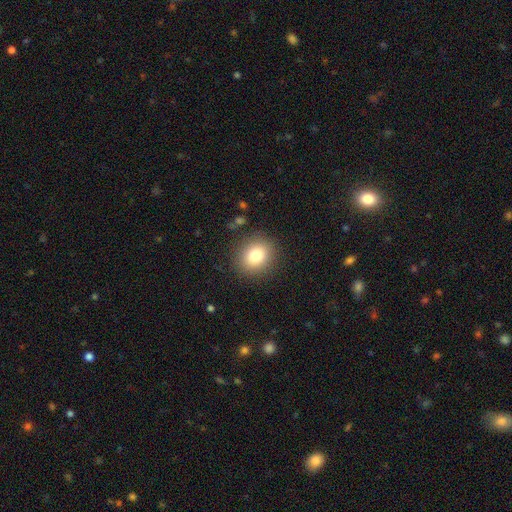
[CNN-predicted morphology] The model was most divided on "how rounded": round: 72%, in between: 27%, cigar-shaped: 1%. More confident: merging — none (88%); smooth or featured — smooth (80%).